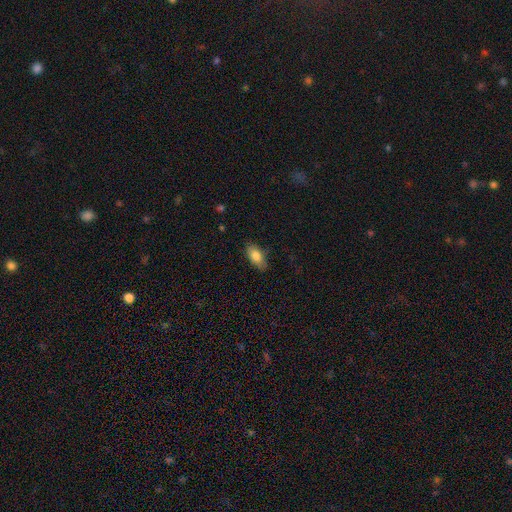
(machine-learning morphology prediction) A smooth galaxy with no disk features (82%) that is in between round and cigar-shaped (88%). Merging: none (83%).